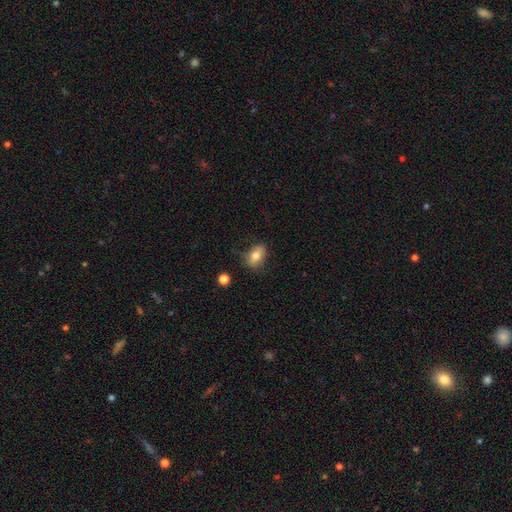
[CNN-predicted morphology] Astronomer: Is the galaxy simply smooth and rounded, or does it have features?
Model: smooth — 71%.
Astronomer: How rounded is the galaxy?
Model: in between — 80%.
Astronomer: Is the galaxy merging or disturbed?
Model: none — 72%.